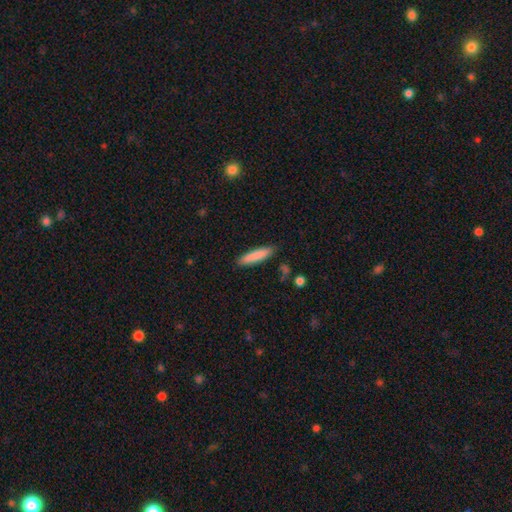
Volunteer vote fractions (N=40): A smooth galaxy with no disk features (88%) that is cigar-shaped (89%).

Vote fractions:
- Smooth or featured? smooth: 88% / featured or disk: 8% / star or artifact: 5%
- How rounded? cigar-shaped: 89% / in between: 11% / round: 0%
- Merging? none: 89% / minor disturbance: 8% / major disturbance: 3% / merger: 0%